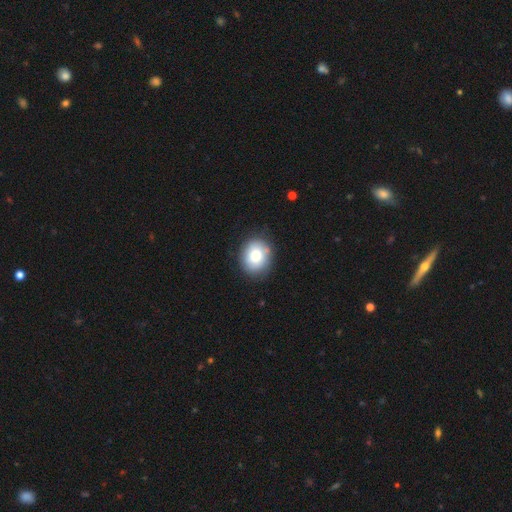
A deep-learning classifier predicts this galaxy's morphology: Smooth or featured? smooth (79%)
How rounded? round (65%)
Merging? none (82%)